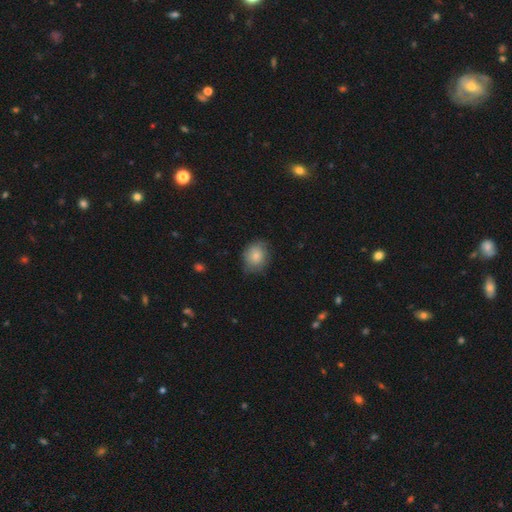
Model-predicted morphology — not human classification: This appears to be a smooth galaxy with no disk features (79%) that is round (64%). Merging: none (70%).